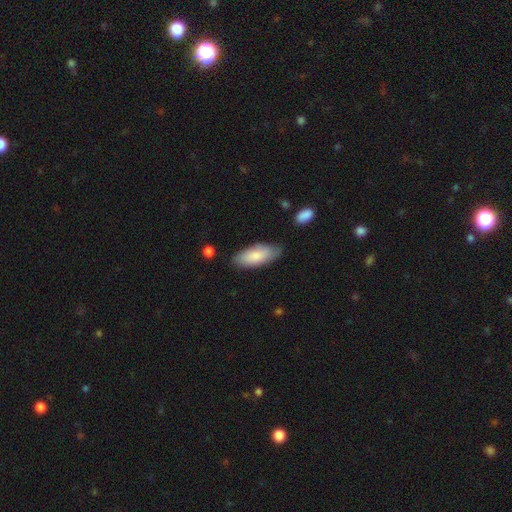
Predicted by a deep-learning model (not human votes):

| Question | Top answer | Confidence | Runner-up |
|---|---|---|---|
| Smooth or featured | smooth | 81% | featured or disk (14%) |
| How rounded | in between | 81% | cigar-shaped (17%) |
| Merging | none | 78% | minor disturbance (17%) |